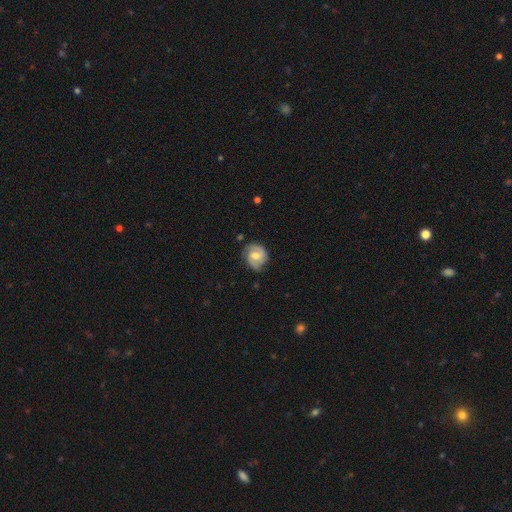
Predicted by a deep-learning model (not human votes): A featured or disk galaxy (75%) with a weak bar (52%), 2 (85%) medium (48%) spiral arms (94%) and a moderate central bulge (65%).

Vote fractions:
- Smooth or featured? featured or disk: 75% / smooth: 19% / star or artifact: 6%
- Edge-on disk? no: 98% / yes: 2%
- Bar? weak: 52% / no: 35% / strong: 13%
- Spiral arms? yes: 94% / no: 6%
- Spiral winding? medium: 48% / tight: 35% / loose: 17%
- Spiral arm count? 2: 85% / can't tell: 7% / 1: 3% / 3: 3% / 4: 1% / more than 4: 1%
- Bulge size? moderate: 65% / small: 24% / large: 6% / none: 3% / dominant: 1%
- Merging? none: 73% / minor disturbance: 20% / major disturbance: 5% / merger: 2%